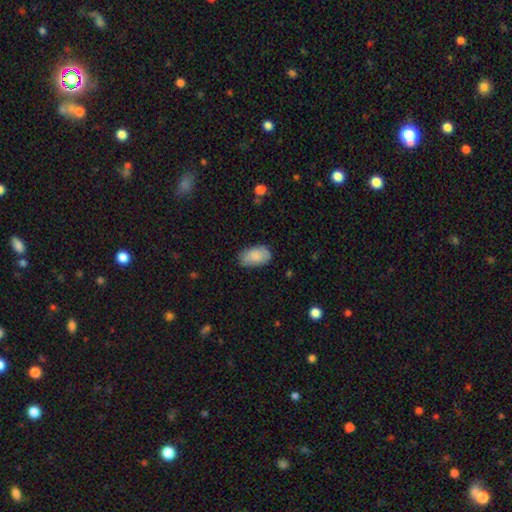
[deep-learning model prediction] Smooth or featured?
  - smooth: 83% *
  - featured or disk: 11%
  - star or artifact: 7%
How rounded?
  - in between: 93% *
  - round: 5%
  - cigar-shaped: 1%
Merging?
  - none: 74% *
  - minor disturbance: 20%
  - major disturbance: 4%
  - merger: 1%